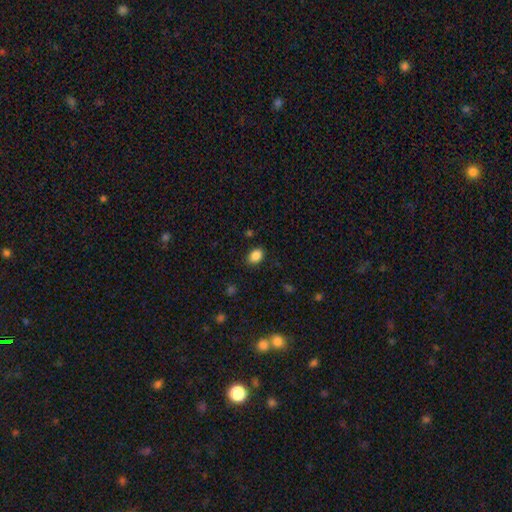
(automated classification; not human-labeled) smooth_or_featured: smooth (p=0.87) [alt: star or artifact p=0.10]
how_rounded: in between (p=0.71) [alt: round p=0.28]
merging: none (p=0.84) [alt: minor disturbance p=0.12]